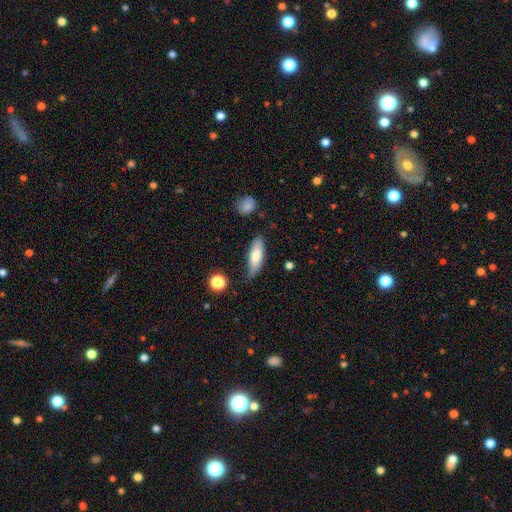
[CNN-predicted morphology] type=smooth (73%); roundness=in between (59%); merging=none (70%).